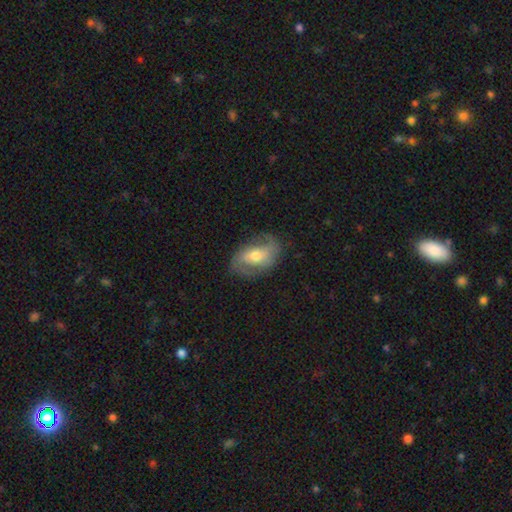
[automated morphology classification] smooth_or_featured: featured or disk (p=0.65) [alt: smooth p=0.28]
disk_edge_on: no (p=0.94) [alt: yes p=0.06]
bar: no (p=0.40) [alt: weak p=0.39]
has_spiral_arms: yes (p=0.82) [alt: no p=0.18]
spiral_winding: loose (p=0.40) [tied with: medium p=0.40]
spiral_arm_count: 2 (p=0.83) [alt: can't tell p=0.10]
bulge_size: moderate (p=0.66) [alt: small p=0.25]
merging: none (p=0.72) [alt: minor disturbance p=0.18]